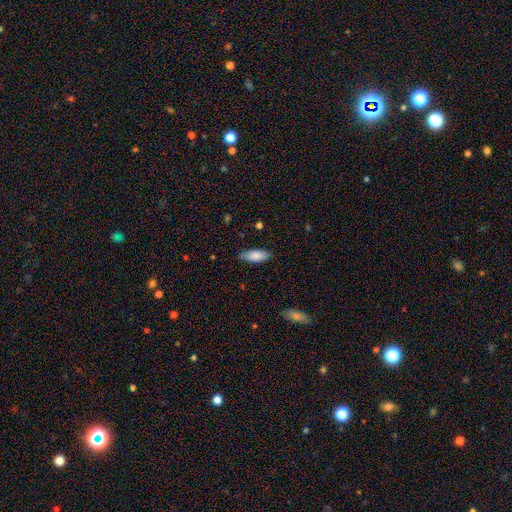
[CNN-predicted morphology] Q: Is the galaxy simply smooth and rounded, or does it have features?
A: smooth — 83%.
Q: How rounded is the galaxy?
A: in between — 78%.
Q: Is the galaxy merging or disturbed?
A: none — 81%.